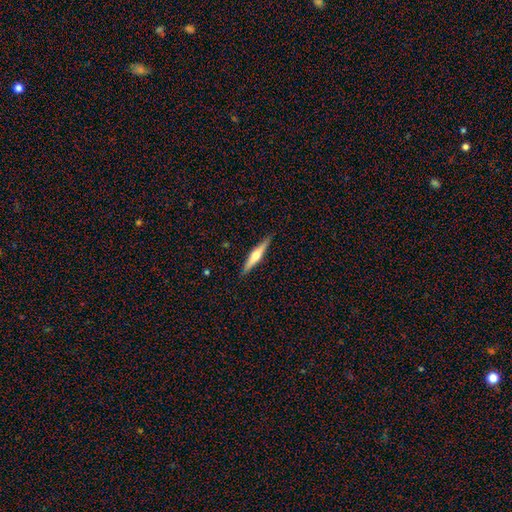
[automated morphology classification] Smooth or featured? featured or disk (63%)
Edge-on disk? yes (97%)
Edge-on bulge? rounded (91%)
Merging? none (90%)